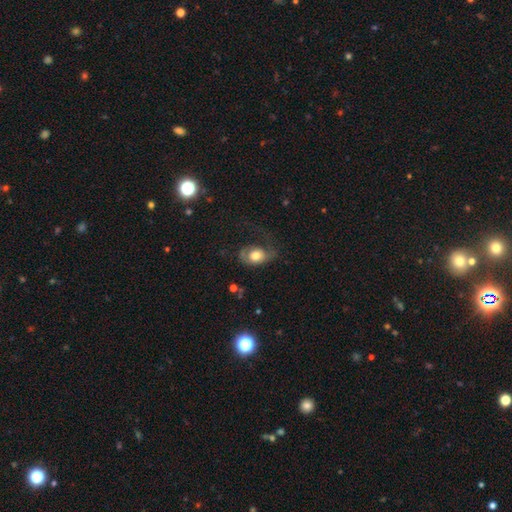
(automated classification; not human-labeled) Overall: smooth (61%; featured or disk 31%). How rounded: in between (70%). Merging: major disturbance (42%; none 30%).